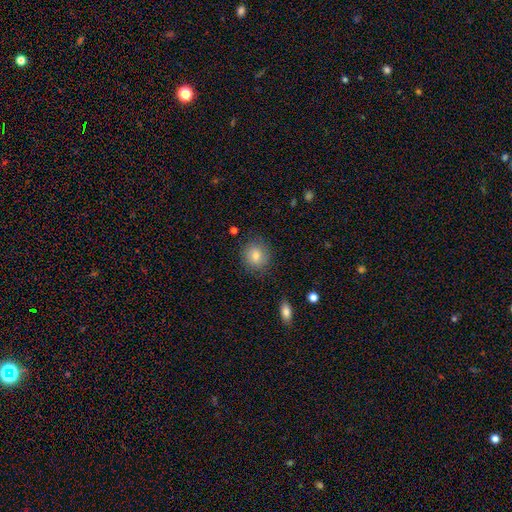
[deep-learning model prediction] A smooth galaxy with no disk features (79%) that is round (87%).

Vote fractions:
- Smooth or featured? smooth: 79% / featured or disk: 11% / star or artifact: 10%
- How rounded? round: 87% / in between: 12% / cigar-shaped: 1%
- Merging? none: 85% / minor disturbance: 10% / major disturbance: 3% / merger: 1%